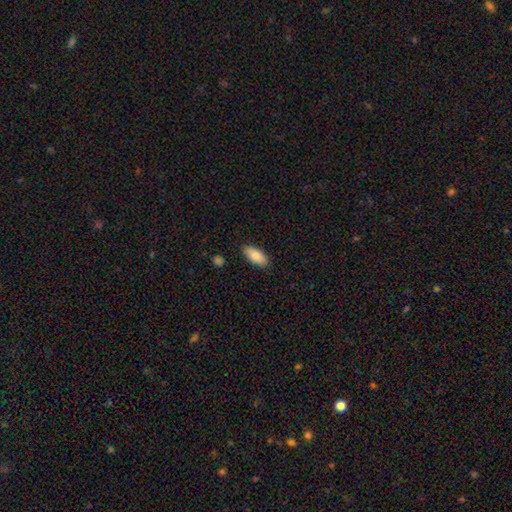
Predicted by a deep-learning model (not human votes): Smooth or featured? Predicted: smooth (p=0.84). How rounded? Predicted: in between (p=0.85). Merging? Predicted: none (p=0.87).